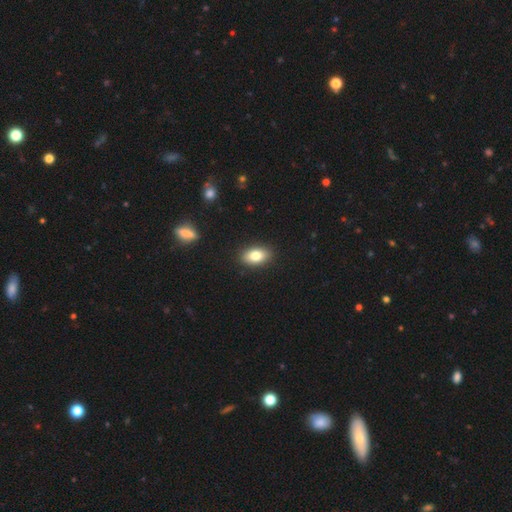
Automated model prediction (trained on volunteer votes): This appears to be a smooth galaxy with no disk features (81%) that is in between round and cigar-shaped (89%). Merging: none (90%).